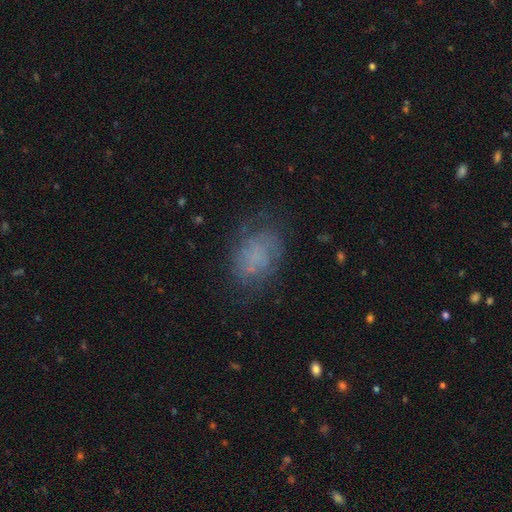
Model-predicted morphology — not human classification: smooth 50%, featured or disk 36%, star or artifact 14%. Down the decision tree: merging — none (61%).